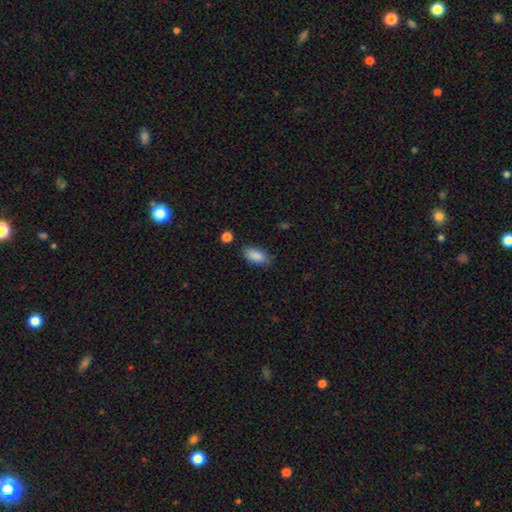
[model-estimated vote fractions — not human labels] This is clearly a smooth galaxy (88%). How rounded: clearly in between (92%). Merging: likely none (79%).